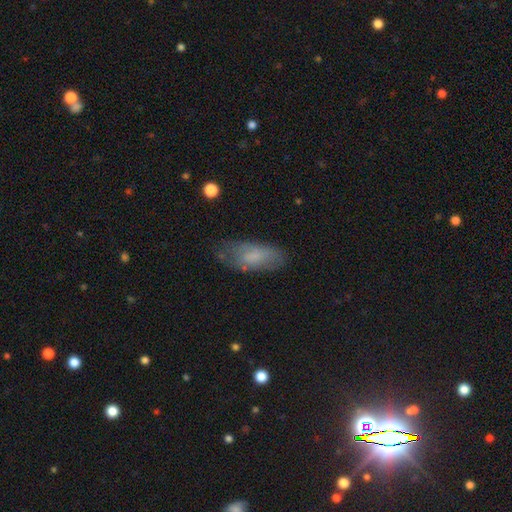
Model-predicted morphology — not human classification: The model was most divided on "merging": none: 60%, minor disturbance: 27%, major disturbance: 11%, merger: 2%. More confident: how rounded — in between (84%); smooth or featured — smooth (69%).